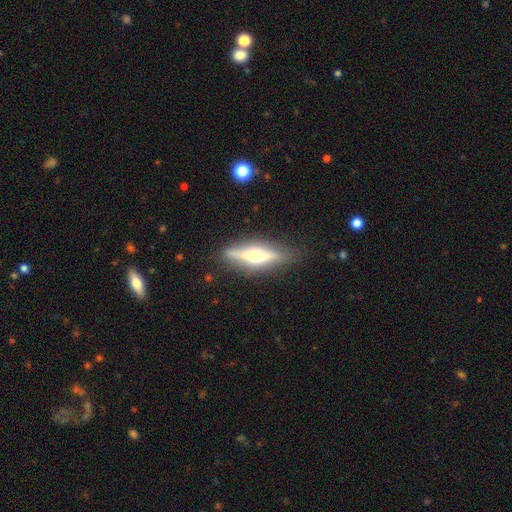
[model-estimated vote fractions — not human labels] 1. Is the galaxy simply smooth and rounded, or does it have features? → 65% featured or disk, 28% smooth, 7% star or artifact.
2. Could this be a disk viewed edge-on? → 92% yes, 8% no.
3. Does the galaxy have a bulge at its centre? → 91% rounded, 6% boxy, 3% none.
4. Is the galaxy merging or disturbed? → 83% none, 12% minor disturbance, 4% major disturbance, 1% merger.